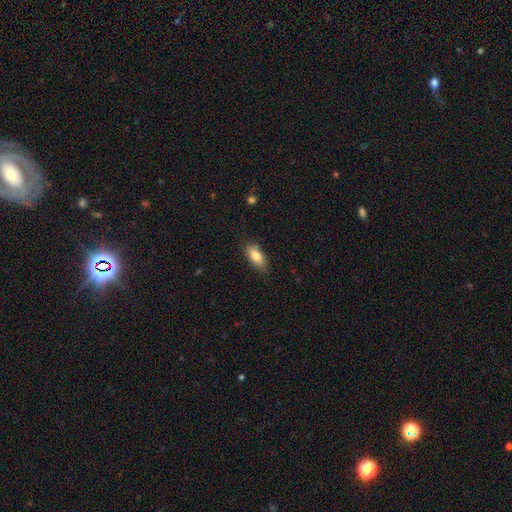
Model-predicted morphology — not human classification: smooth 82%, featured or disk 11%, star or artifact 7%. Down the decision tree: how rounded — in between (84%); merging — none (80%).